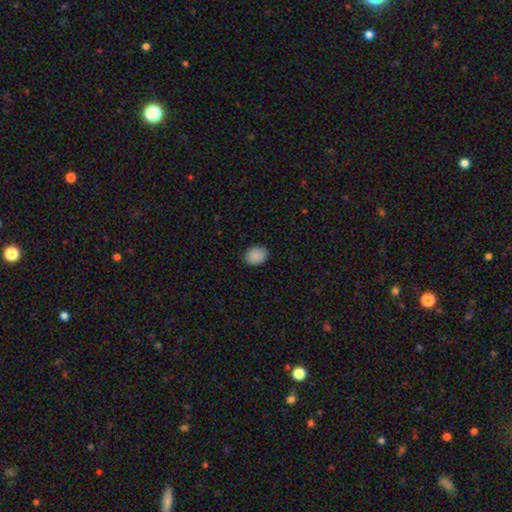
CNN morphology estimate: A smooth galaxy with no disk features (90%) that is in between round and cigar-shaped (63%).

Vote fractions:
- Smooth or featured? smooth: 90% / star or artifact: 8% / featured or disk: 3%
- How rounded? in between: 63% / round: 36% / cigar-shaped: 1%
- Merging? none: 87% / minor disturbance: 10% / major disturbance: 2% / merger: 1%